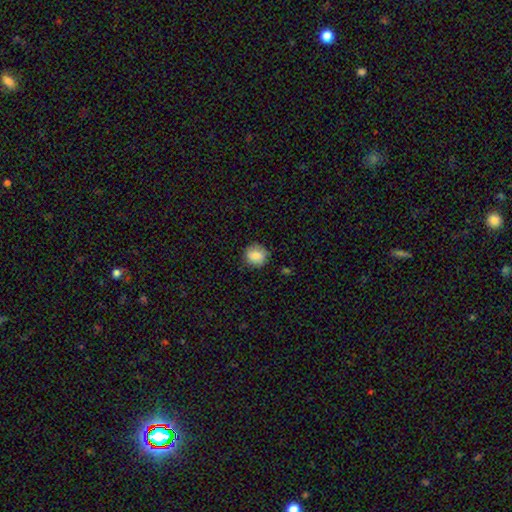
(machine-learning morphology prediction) Q: Smooth or featured?
A: smooth (86%); runner-up: star or artifact (8%)
Q: How rounded?
A: round (85%); runner-up: in between (14%)
Q: Merging?
A: none (82%); runner-up: minor disturbance (14%)